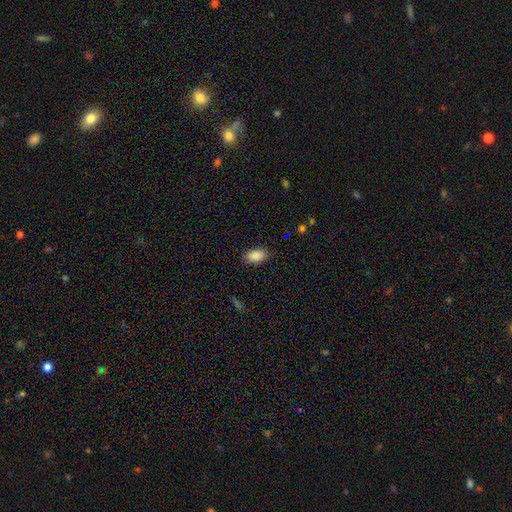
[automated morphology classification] smooth 87%, star or artifact 8%, featured or disk 5%. Down the decision tree: how rounded — in between (91%); merging — none (86%).